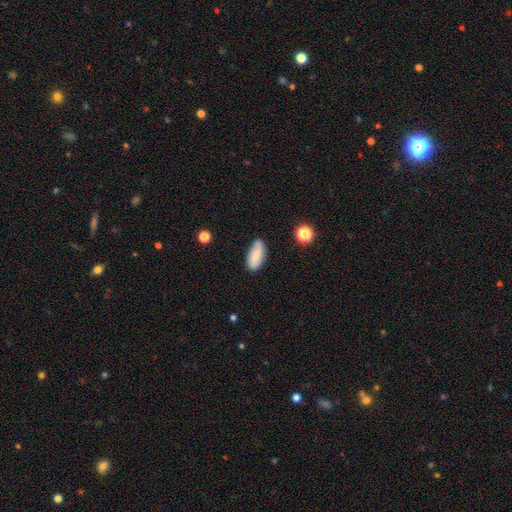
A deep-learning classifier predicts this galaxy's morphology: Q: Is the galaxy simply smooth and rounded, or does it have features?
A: smooth — 65%.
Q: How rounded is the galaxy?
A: in between — 82%.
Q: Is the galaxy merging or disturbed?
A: none — 77%.